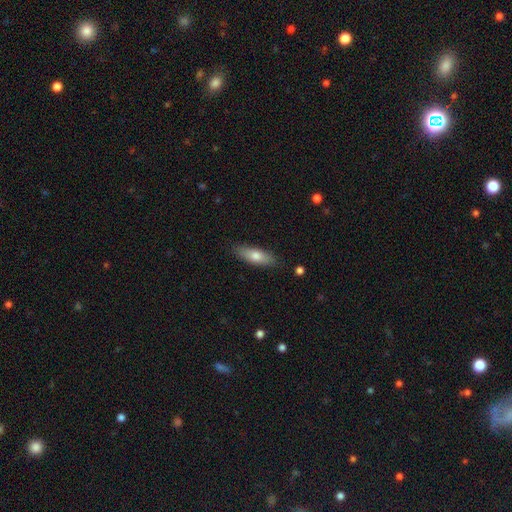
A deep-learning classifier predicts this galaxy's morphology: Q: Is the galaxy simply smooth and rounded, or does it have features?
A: smooth — 70%.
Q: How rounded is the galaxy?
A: in between — 54%.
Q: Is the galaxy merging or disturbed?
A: none — 86%.